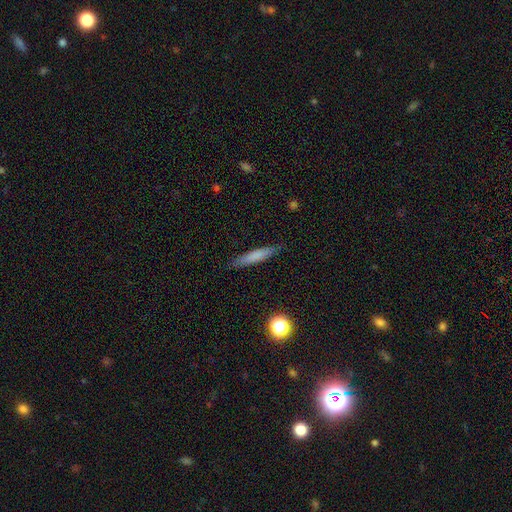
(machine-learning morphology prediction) type=smooth (74%); roundness=cigar-shaped (91%); merging=none (87%).